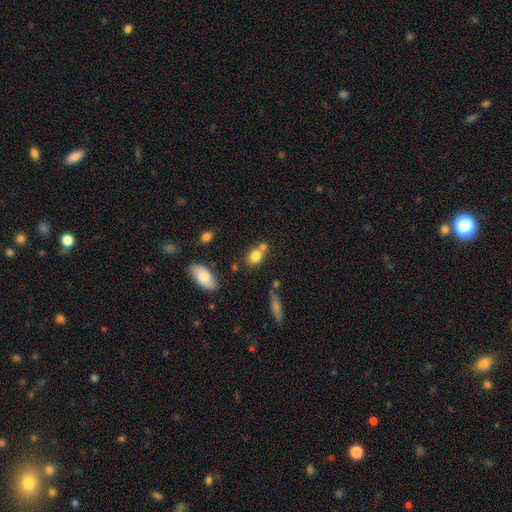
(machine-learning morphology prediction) smooth-or-featured: smooth: 79% | featured or disk: 11% | star or artifact: 10%
  how-rounded: round: 49% (tied) | in between: 49% (tied) | cigar-shaped: 3%
  merging: none: 50% | merger: 33% | minor disturbance: 13% | major disturbance: 4%